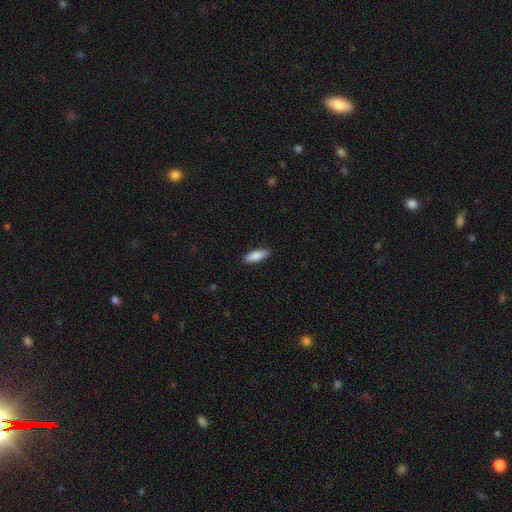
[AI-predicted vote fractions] Q: Smooth or featured?
A: smooth (85%); runner-up: featured or disk (9%)
Q: How rounded?
A: in between (62%); runner-up: cigar-shaped (36%)
Q: Merging?
A: none (87%); runner-up: minor disturbance (10%)